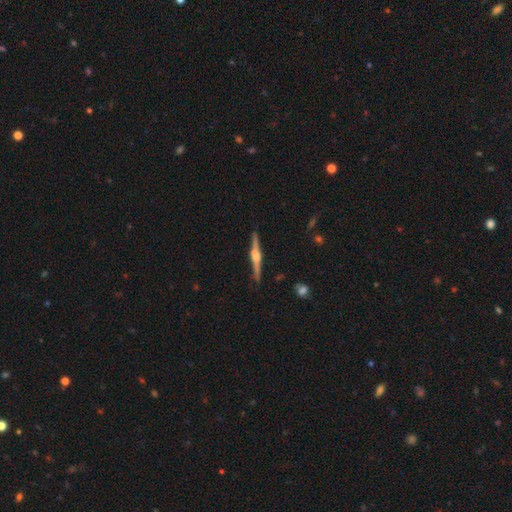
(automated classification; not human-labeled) The model was most divided on "smooth or featured": featured or disk: 82%, smooth: 13%, star or artifact: 6%. More confident: edge-on disk — yes (98%); merging — none (90%); edge-on bulge — rounded (88%).